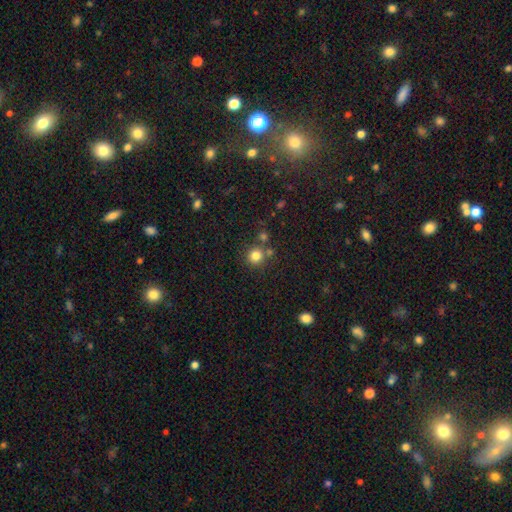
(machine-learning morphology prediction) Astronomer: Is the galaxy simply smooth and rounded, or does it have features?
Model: smooth — 80%.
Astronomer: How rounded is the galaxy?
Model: round — 92%.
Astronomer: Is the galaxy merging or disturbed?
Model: none — 73%.